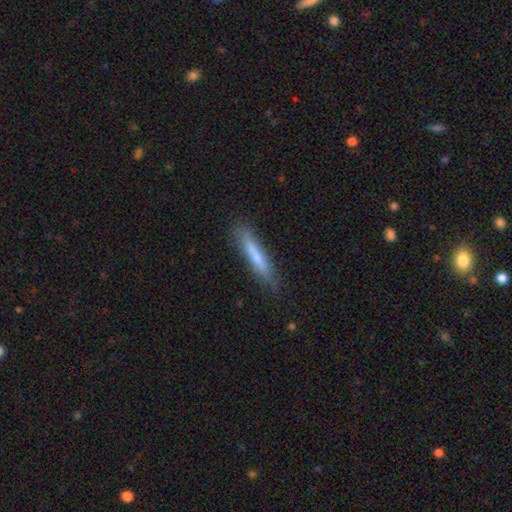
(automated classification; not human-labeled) The model was most divided on "smooth or featured": smooth: 68%, featured or disk: 26%, star or artifact: 6%. More confident: how rounded — cigar-shaped (91%); merging — none (82%).